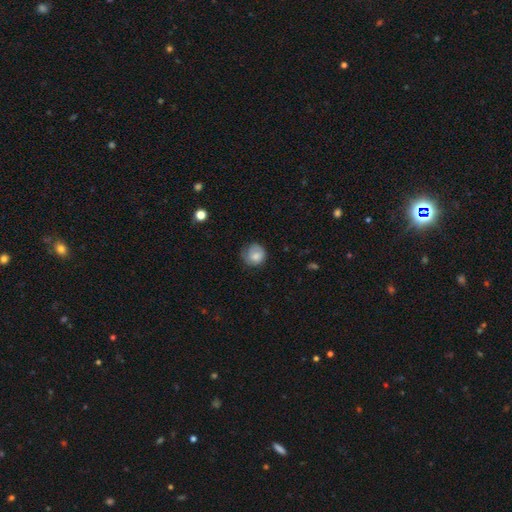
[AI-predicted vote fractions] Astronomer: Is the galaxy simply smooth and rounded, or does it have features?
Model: smooth — 75%.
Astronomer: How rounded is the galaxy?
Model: round — 87%.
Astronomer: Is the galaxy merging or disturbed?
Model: none — 62%.